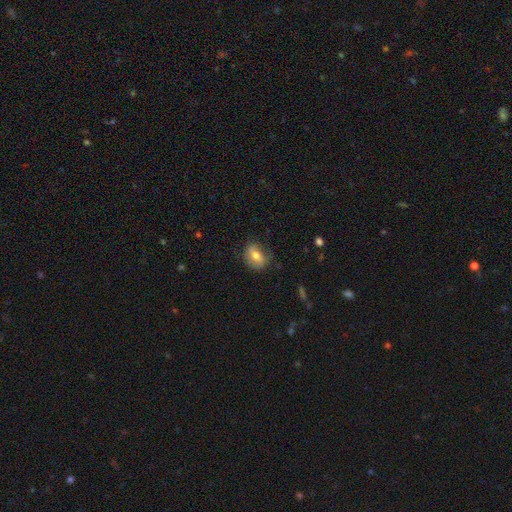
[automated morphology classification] The model was most divided on "how rounded": in between: 66%, round: 32%, cigar-shaped: 2%. More confident: merging — none (73%); smooth or featured — smooth (70%).